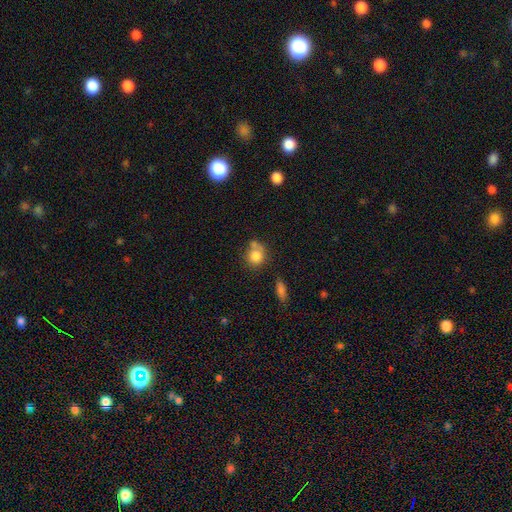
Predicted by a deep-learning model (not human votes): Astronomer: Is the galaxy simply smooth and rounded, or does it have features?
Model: smooth — 81%.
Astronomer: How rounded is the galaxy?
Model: round — 76%.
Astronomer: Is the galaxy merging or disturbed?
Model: none — 49% (runner-up: merger, 27%).